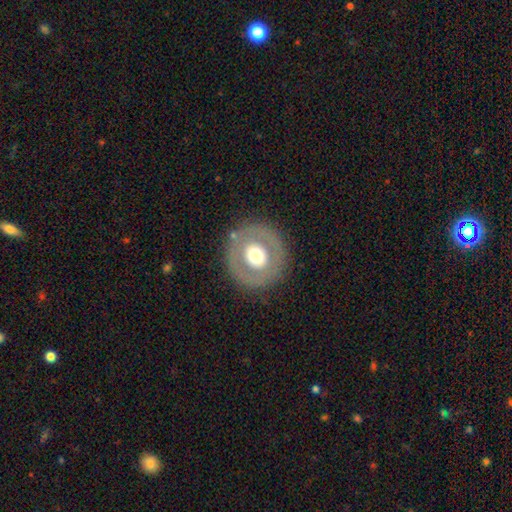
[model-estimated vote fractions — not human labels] A smooth galaxy with no disk features (51%) that is round (94%).

Vote fractions:
- Smooth or featured? smooth: 51% / featured or disk: 42% / star or artifact: 8%
- How rounded? round: 94% / in between: 5% / cigar-shaped: 1%
- Merging? none: 85% / minor disturbance: 8% / major disturbance: 5% / merger: 2%